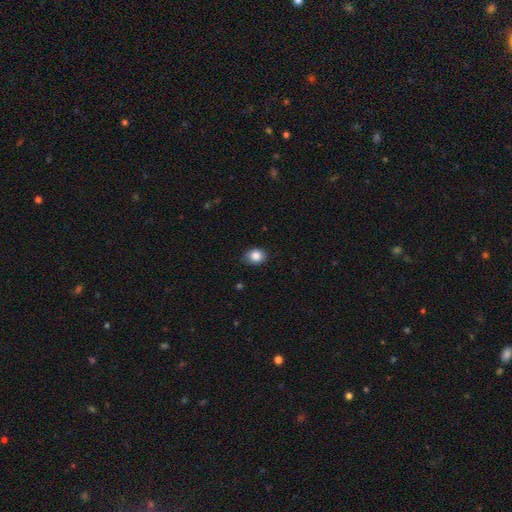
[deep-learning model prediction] A smooth galaxy with no disk features (85%) that is round (52%).

Vote fractions:
- Smooth or featured? smooth: 85% / star or artifact: 9% / featured or disk: 5%
- How rounded? round: 52% / in between: 47% / cigar-shaped: 1%
- Merging? none: 80% / minor disturbance: 16% / major disturbance: 2% / merger: 1%